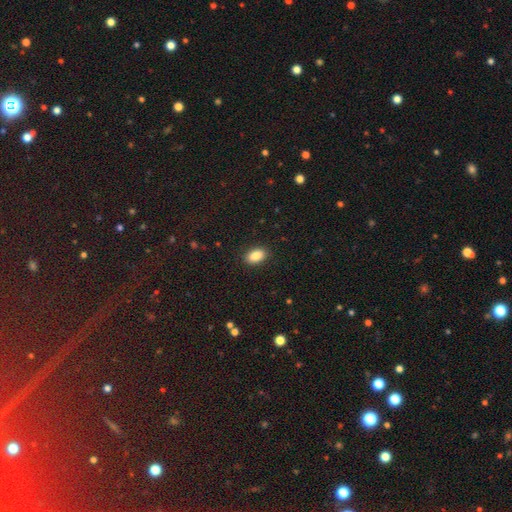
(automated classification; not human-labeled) This appears to be a smooth galaxy with no disk features (88%) that is in between round and cigar-shaped (91%). Merging: none (89%).